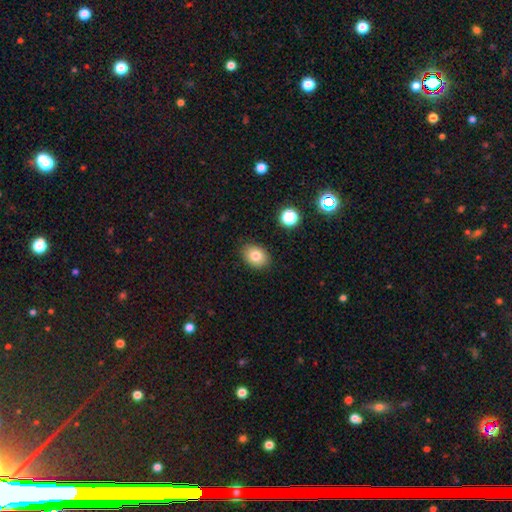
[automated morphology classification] A smooth galaxy with no disk features (80%) that is in between round and cigar-shaped (61%).

Vote fractions:
- Smooth or featured? smooth: 80% / star or artifact: 11% / featured or disk: 10%
- How rounded? in between: 61% / round: 38% / cigar-shaped: 1%
- Merging? none: 87% / minor disturbance: 9% / major disturbance: 2% / merger: 1%